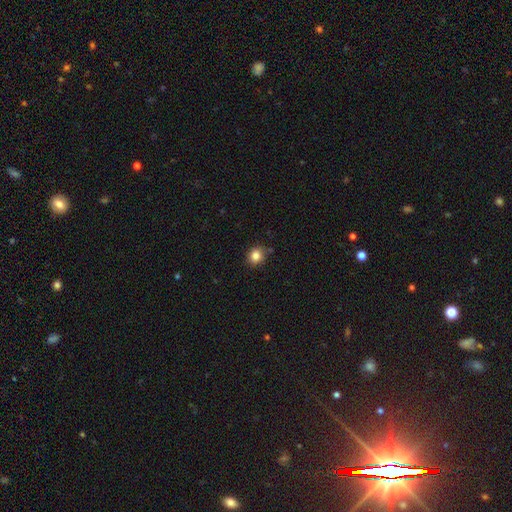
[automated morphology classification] type=smooth (84%); roundness=round (76%); merging=none (83%).